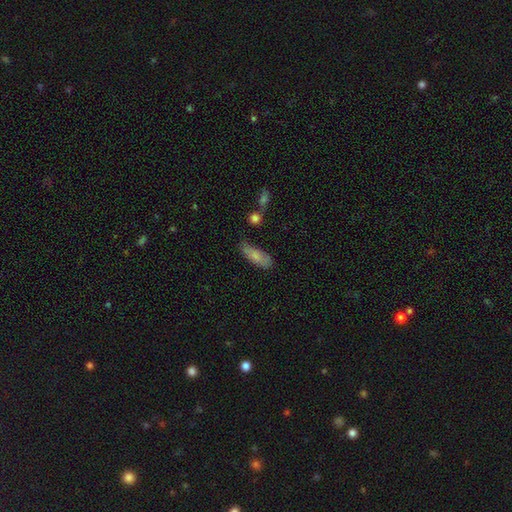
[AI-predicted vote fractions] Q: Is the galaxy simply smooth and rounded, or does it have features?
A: smooth — 79%.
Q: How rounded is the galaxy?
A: in between — 67%.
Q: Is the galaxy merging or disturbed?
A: none — 65%.